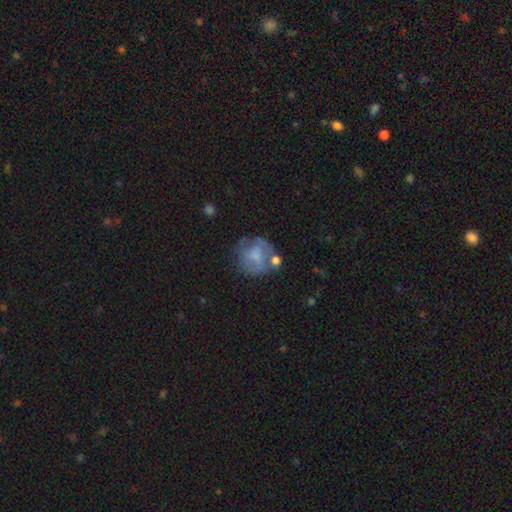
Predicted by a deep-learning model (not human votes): smooth-or-featured: smooth: 50% | featured or disk: 41% | star or artifact: 10%
  merging: none: 49% | minor disturbance: 22% | major disturbance: 17% | merger: 12%